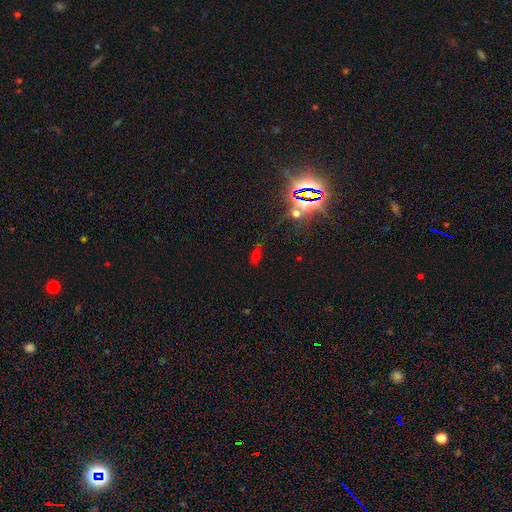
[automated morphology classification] smooth-or-featured: star or artifact: 55% | smooth: 32% | featured or disk: 13%